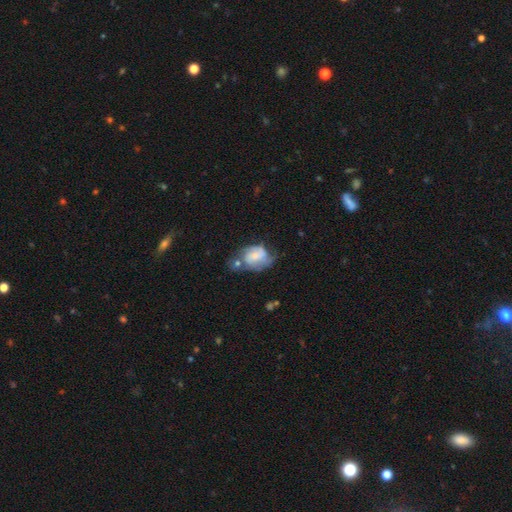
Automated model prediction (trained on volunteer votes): Smooth or featured?
  - featured or disk: 56% *
  - smooth: 36%
  - star or artifact: 8%
Edge-on disk?
  - no: 97% *
  - yes: 3%
Bar?
  - no: 59% *
  - weak: 33%
  - strong: 7%
Spiral arms?
  - yes: 78% *
  - no: 22%
Bulge size?
  - small: 50% *
  - moderate: 30%
  - none: 13%
  - large: 6%
  - dominant: 2%
Merging?
  - none: 33% *
  - minor disturbance: 26%
  - merger: 21%
  - major disturbance: 19%